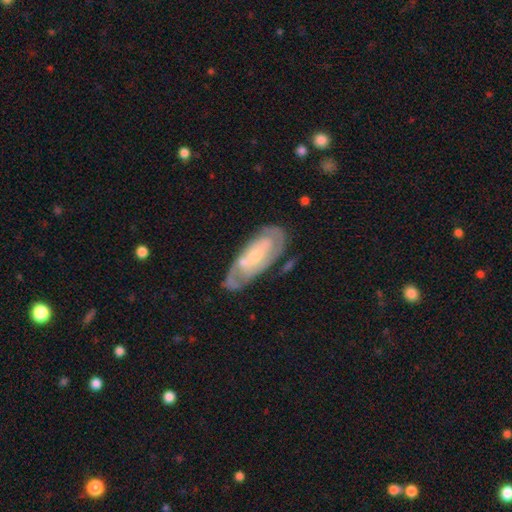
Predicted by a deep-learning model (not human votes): This is likely a featured or disk galaxy (75%). It is clearly not viewed edge-on (91%). Bar: possibly no (58%). Spiral arm pattern: clearly yes (85%). Spiral arm count: possibly 2 (48%). Spiral winding: likely tight (61%). Central bulge: possibly small (51%). Merging: likely none (65%).